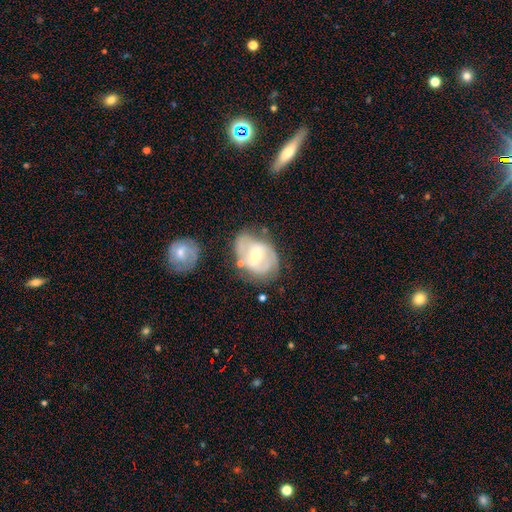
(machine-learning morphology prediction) The model was most divided on "spiral winding": medium: 45%, tight: 34%, loose: 21%. Remaining: edge-on disk — no (96%); spiral arms — yes (80%); smooth or featured — featured or disk (74%); spiral arm count — 2 (68%); merging — none (59%); bulge size — moderate (58%); bar — weak (48%).